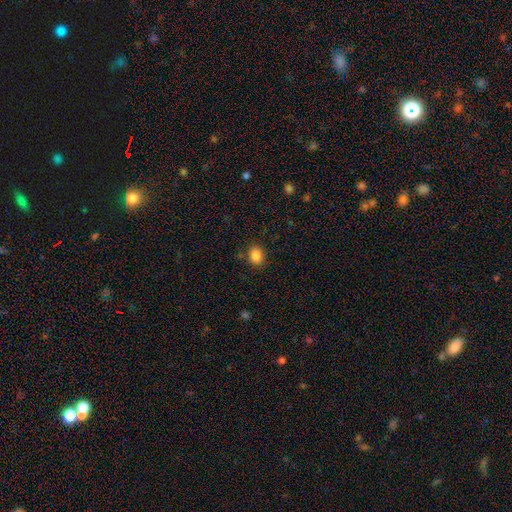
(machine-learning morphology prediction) Q: Smooth or featured?
A: smooth (85%); runner-up: star or artifact (10%)
Q: How rounded?
A: round (50%); runner-up: in between (49%)
Q: Merging?
A: none (84%); runner-up: minor disturbance (11%)